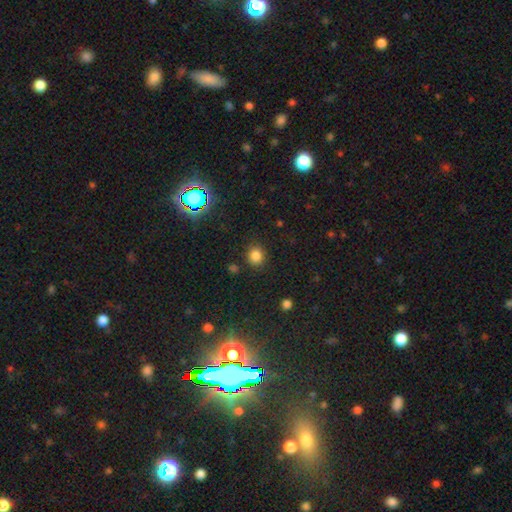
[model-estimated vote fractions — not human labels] Smooth or featured? Predicted: smooth (p=0.81). How rounded? Predicted: round (p=0.83). Merging? Predicted: none (p=0.87).